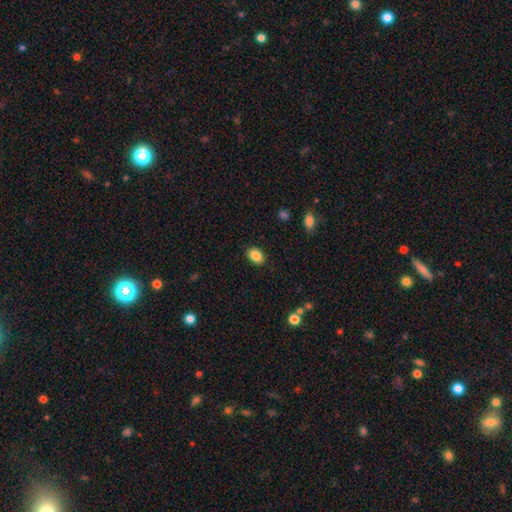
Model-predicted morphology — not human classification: Smooth or featured?
  - smooth: 86% *
  - star or artifact: 9%
  - featured or disk: 5%
How rounded?
  - in between: 79% *
  - round: 20%
  - cigar-shaped: 1%
Merging?
  - none: 88% *
  - minor disturbance: 9%
  - major disturbance: 2%
  - merger: 1%